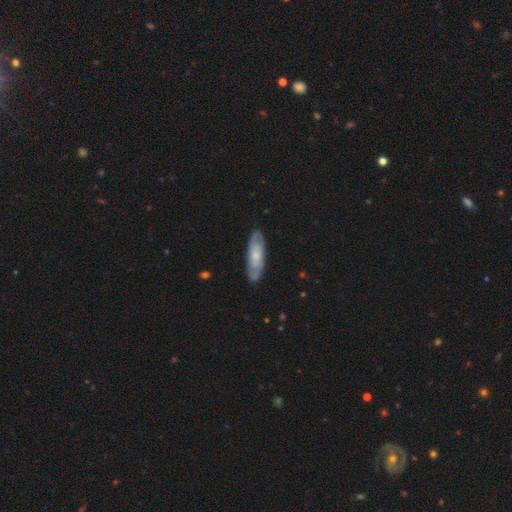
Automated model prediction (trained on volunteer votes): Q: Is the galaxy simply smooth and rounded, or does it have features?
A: smooth — 48%.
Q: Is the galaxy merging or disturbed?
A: none — 82%.